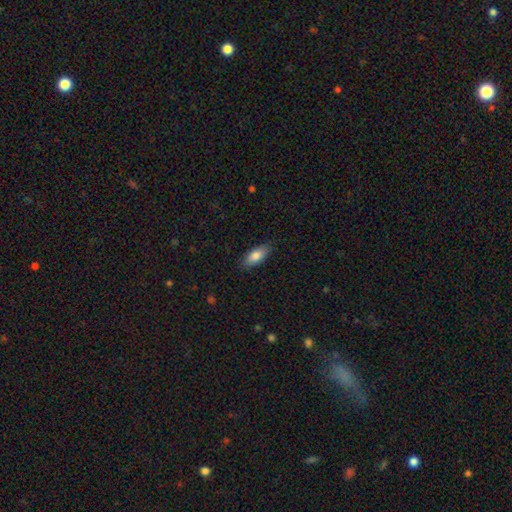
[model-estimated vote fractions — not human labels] Smooth or featured: smooth — 81% (featured or disk — 13%)
How rounded: in between — 82% (cigar-shaped — 16%)
Merging: none — 86% (minor disturbance — 11%)